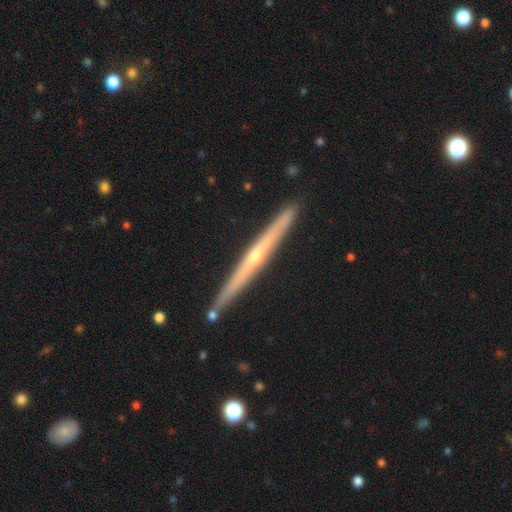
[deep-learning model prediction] smooth-or-featured: featured or disk: 80% | smooth: 15% | star or artifact: 5%
  disk-edge-on: yes: 98% | no: 2%
    edge-on-bulge: rounded: 73% | none: 24% | boxy: 3%
  merging: none: 91% | minor disturbance: 6% | merger: 2% | major disturbance: 1%